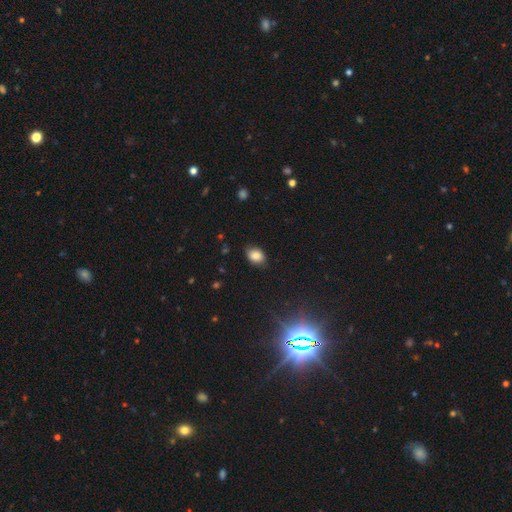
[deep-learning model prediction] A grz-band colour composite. It shows a smooth galaxy with no disk features (84%) that is in between round and cigar-shaped (75%). Merging: none (81%).